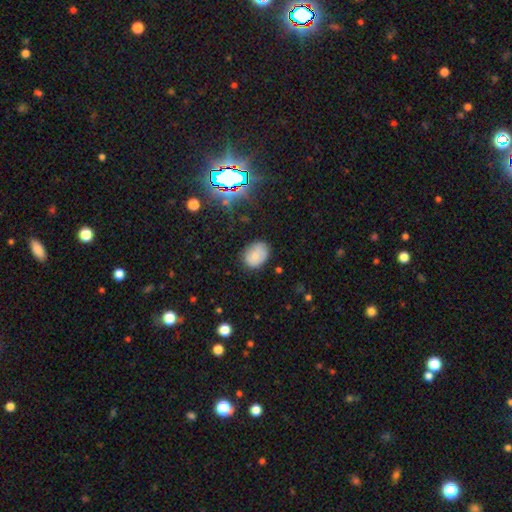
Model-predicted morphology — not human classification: Smooth or featured? Predicted: smooth (p=0.77). How rounded? Predicted: in between (p=0.69). Merging? Predicted: none (p=0.76).